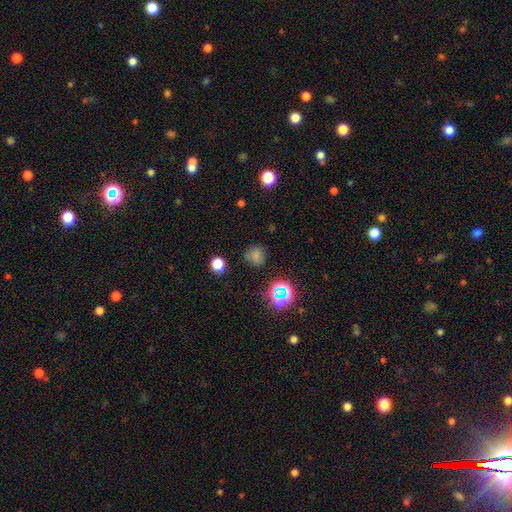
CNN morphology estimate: Smooth or featured? Predicted: smooth (p=0.65). How rounded? Predicted: round (p=0.82). Merging? Predicted: none (p=0.75).